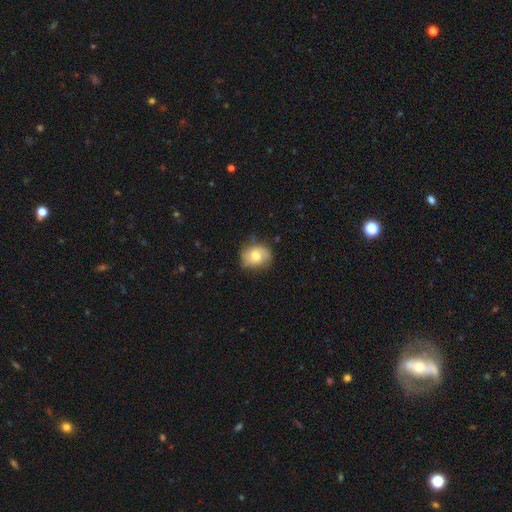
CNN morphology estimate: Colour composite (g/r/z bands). It shows a smooth galaxy with no disk features (55%) that is round (61%). Merging: none (72%).